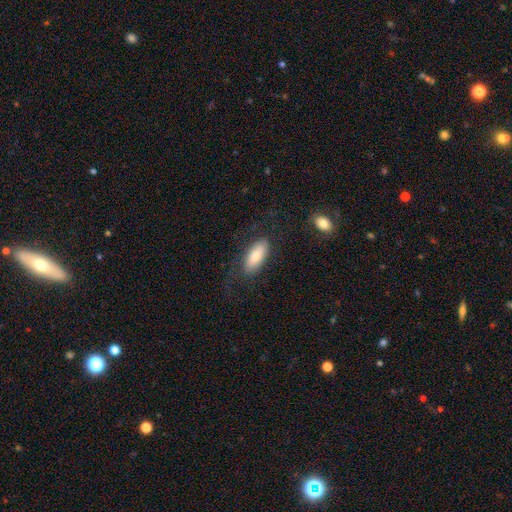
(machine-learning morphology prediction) Smooth or featured? smooth (74%)
How rounded? in between (85%)
Merging? none (74%)